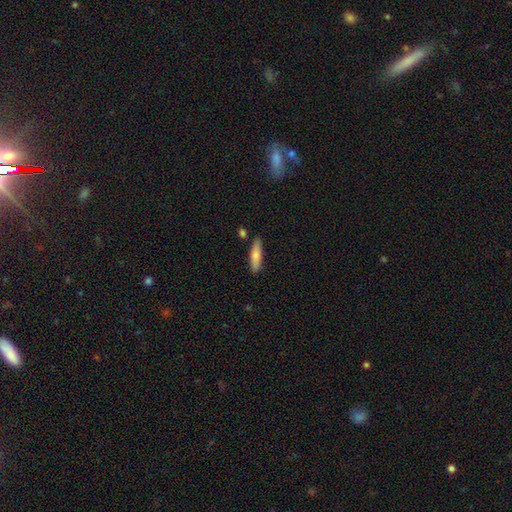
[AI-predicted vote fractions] Overall: smooth (77%). How rounded: cigar-shaped (71%). Merging: none (83%).